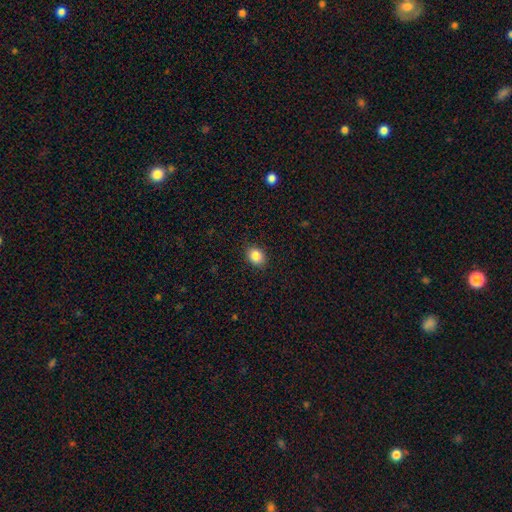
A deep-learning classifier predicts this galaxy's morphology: smooth-or-featured: smooth: 86% | star or artifact: 9% | featured or disk: 5%
  how-rounded: in between: 54% | round: 45% | cigar-shaped: 1%
  merging: none: 88% | minor disturbance: 9% | major disturbance: 2% | merger: 1%